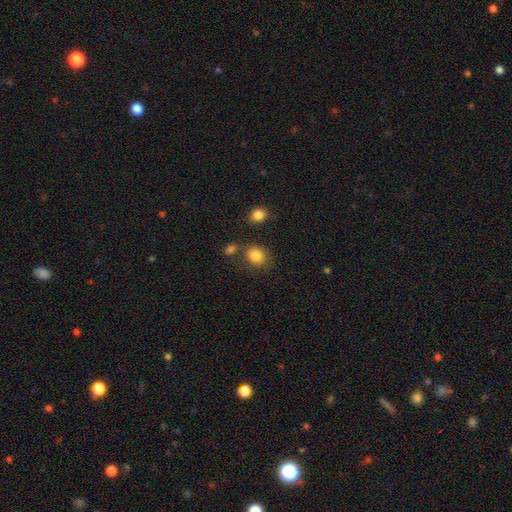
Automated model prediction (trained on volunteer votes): The model was most divided on "how rounded": round: 65%, in between: 34%, cigar-shaped: 1%. More confident: smooth or featured — smooth (84%); merging — none (73%).